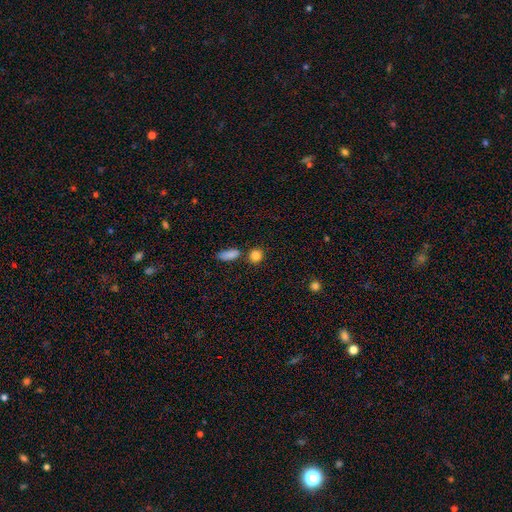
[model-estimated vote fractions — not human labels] Smooth or featured? smooth (85%)
How rounded? round (79%)
Merging? none (74%)